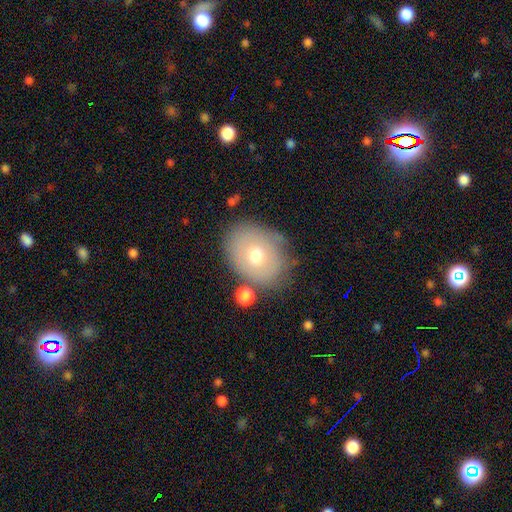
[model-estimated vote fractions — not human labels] smooth_or_featured: smooth (p=0.61) [alt: featured or disk p=0.28]
how_rounded: in between (p=0.53) [alt: round p=0.46]
merging: none (p=0.73) [alt: minor disturbance p=0.16]